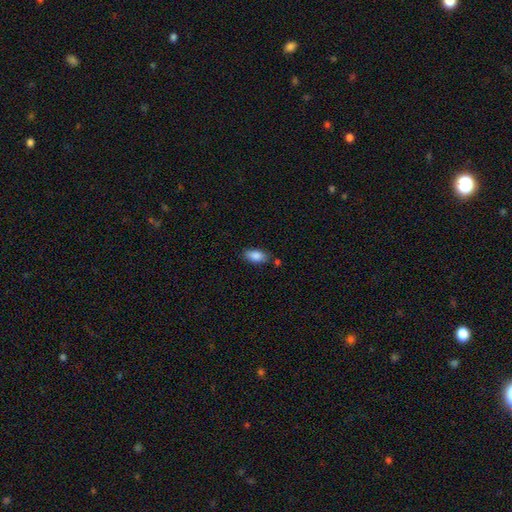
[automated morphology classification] smooth-or-featured: smooth: 86% | star or artifact: 7% | featured or disk: 7%
  how-rounded: in between: 91% | cigar-shaped: 6% | round: 3%
  merging: none: 76% | minor disturbance: 15% | merger: 6% | major disturbance: 3%